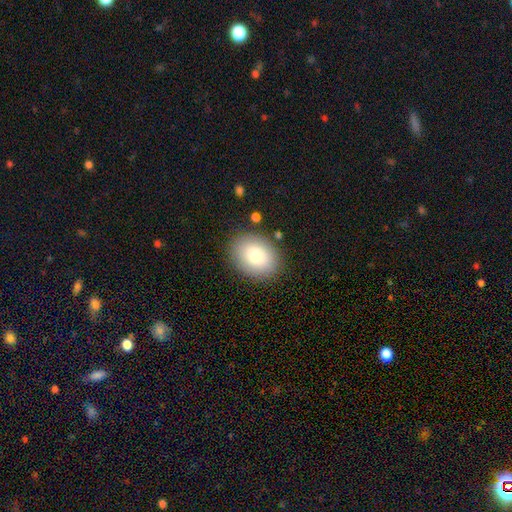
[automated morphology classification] Smooth or featured: smooth — 79% (featured or disk — 13%)
How rounded: in between — 65% (round — 34%)
Merging: none — 87% (minor disturbance — 9%)